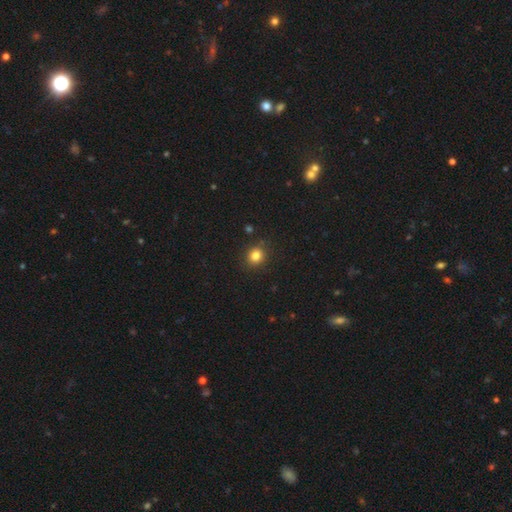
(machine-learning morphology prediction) type=smooth (82%); roundness=round (78%); merging=none (87%).